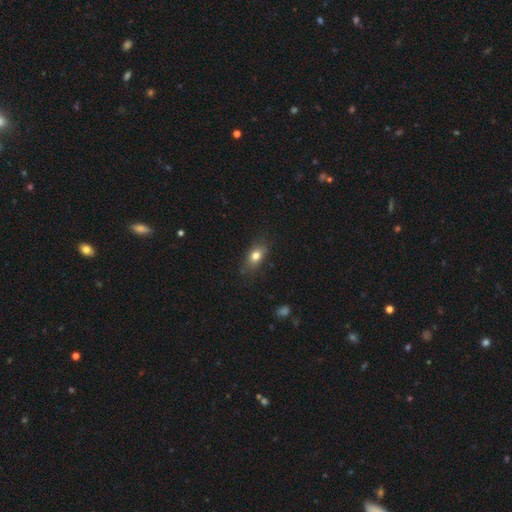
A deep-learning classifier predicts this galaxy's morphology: Smooth or featured? smooth (78%)
How rounded? in between (75%)
Merging? none (77%)